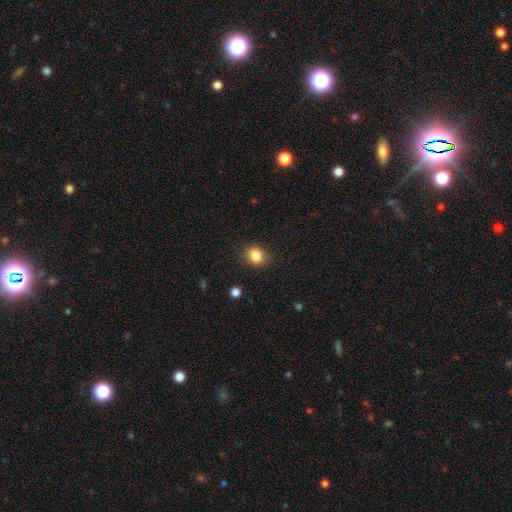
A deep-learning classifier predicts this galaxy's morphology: smooth_or_featured: smooth (p=0.85) [alt: star or artifact p=0.10]
how_rounded: round (p=0.67) [alt: in between p=0.32]
merging: none (p=0.88) [alt: minor disturbance p=0.08]